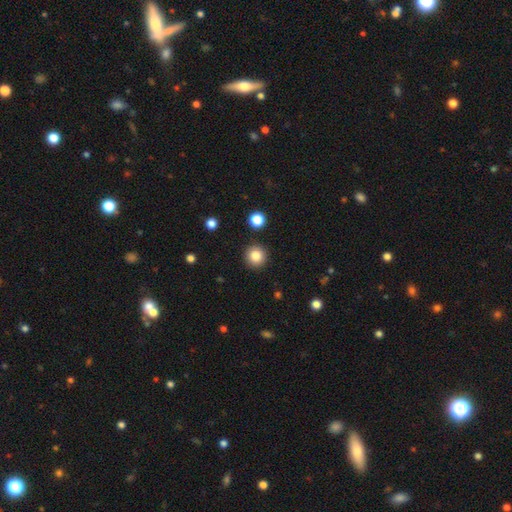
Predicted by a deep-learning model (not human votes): smooth 84%, star or artifact 10%, featured or disk 6%. Down the decision tree: how rounded — round (95%); merging — none (91%).